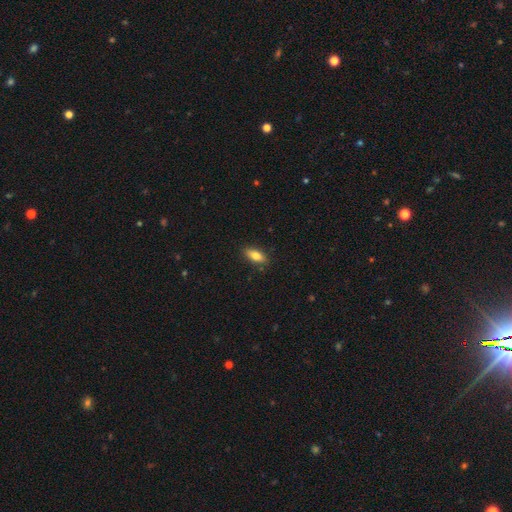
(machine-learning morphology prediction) Smooth or featured? Predicted: smooth (p=0.77). How rounded? Predicted: in between (p=0.80). Merging? Predicted: none (p=0.87).